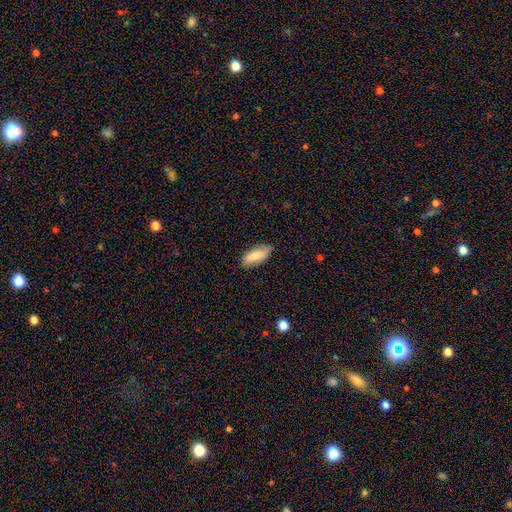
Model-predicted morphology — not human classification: Overall: smooth (78%). How rounded: in between (77%). Merging: none (83%).